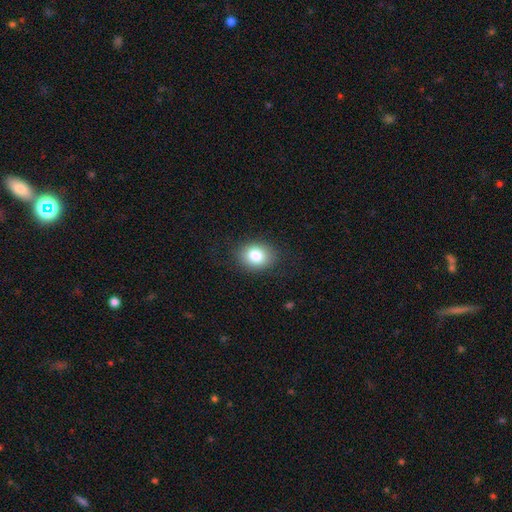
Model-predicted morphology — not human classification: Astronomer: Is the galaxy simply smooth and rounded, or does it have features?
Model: smooth — 82%.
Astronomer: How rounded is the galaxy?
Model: in between — 51% (runner-up: round, 48%).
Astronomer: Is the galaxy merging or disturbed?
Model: none — 86%.